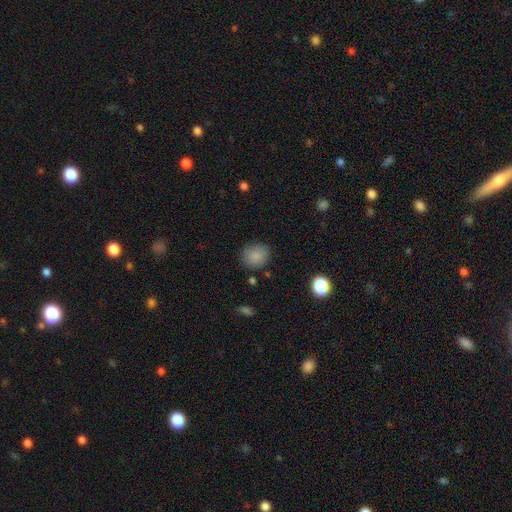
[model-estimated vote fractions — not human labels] A smooth galaxy with no disk features (86%) that is round (74%). Merging: none (82%).